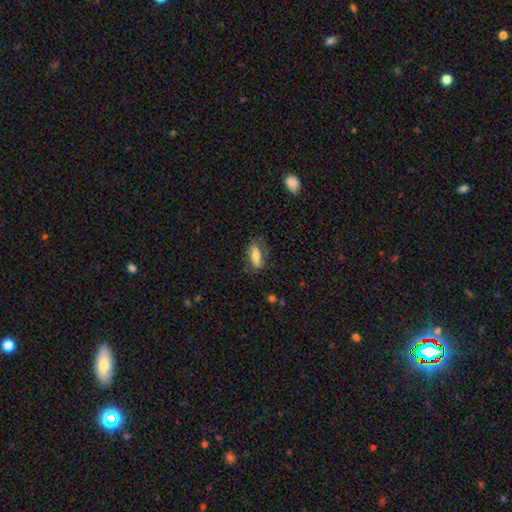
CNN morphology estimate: A smooth galaxy with no disk features (67%) that is in between round and cigar-shaped (69%). Merging: none (69%).